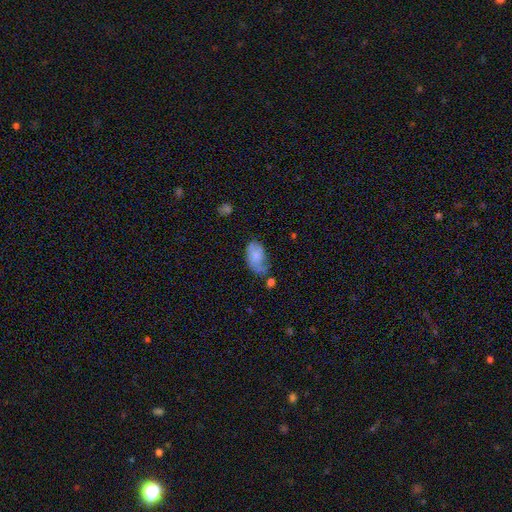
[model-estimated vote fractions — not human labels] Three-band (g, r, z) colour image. It shows a smooth galaxy with no disk features (64%) that is in between round and cigar-shaped (93%). Merging: none (37%).